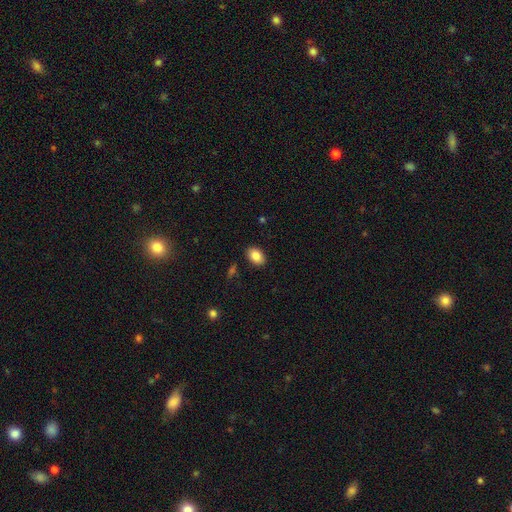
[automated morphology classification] This is clearly a smooth galaxy (86%). How rounded: clearly in between (86%). Merging: clearly none (89%).